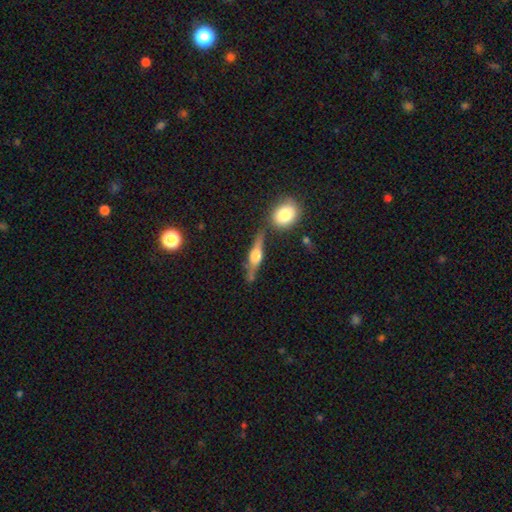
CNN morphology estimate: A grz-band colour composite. It shows a featured or disk galaxy (65%) viewed edge-on (93%) with a rounded central bulge (90%). Merging: none (70%).